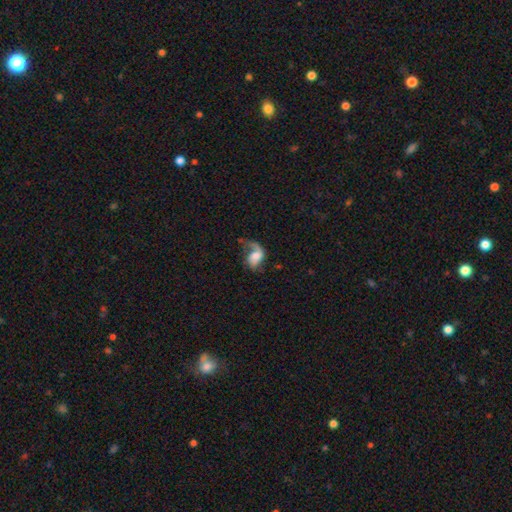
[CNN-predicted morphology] Overall: featured or disk (63%; smooth 30%). Edge-on disk: no (97%). Bar: no (58%; weak 33%). Spiral arms: yes (86%). Spiral arm count: 1 (59%; 2 34%). Spiral winding: loose (63%; medium 28%). Bulge size: moderate (42%; small 24%). Merging: major disturbance (41%; none 33%).